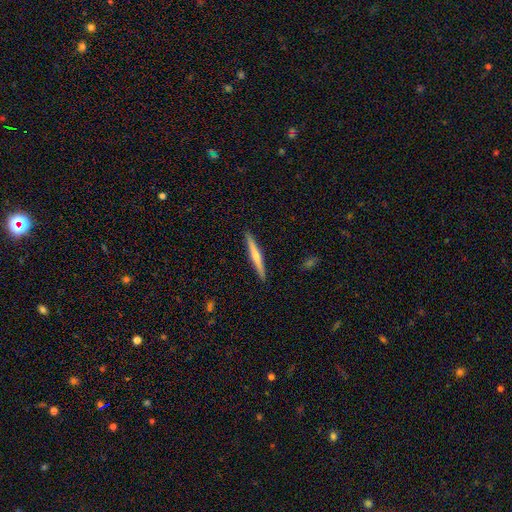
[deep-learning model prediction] This is possibly a smooth galaxy (50%). Merging: clearly none (91%).